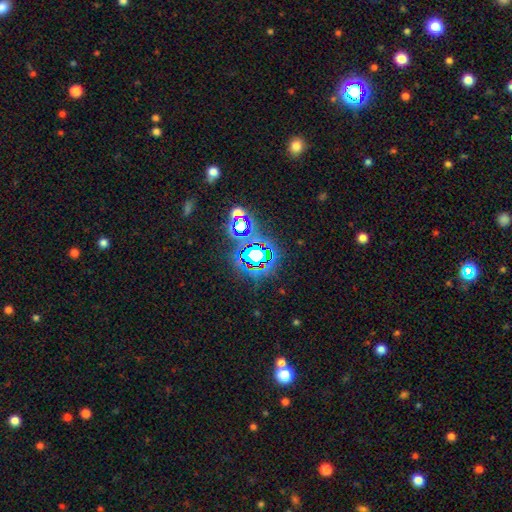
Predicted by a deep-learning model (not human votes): Smooth or featured?
  - star or artifact: 75% *
  - smooth: 15%
  - featured or disk: 11%